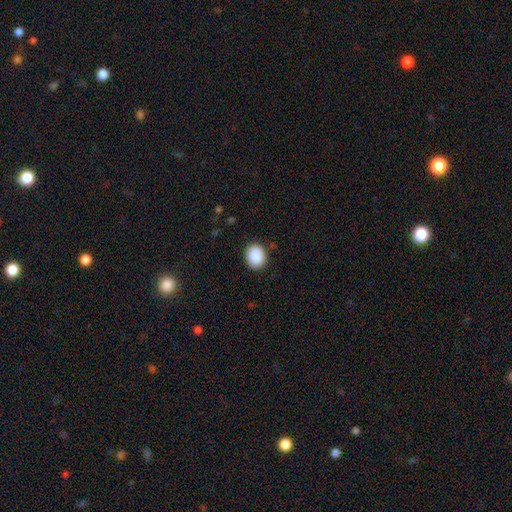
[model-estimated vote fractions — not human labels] smooth-or-featured: smooth: 89% | star or artifact: 8% | featured or disk: 3%
  how-rounded: round: 59% | in between: 40% | cigar-shaped: 1%
  merging: none: 87% | minor disturbance: 9% | major disturbance: 2% | merger: 1%